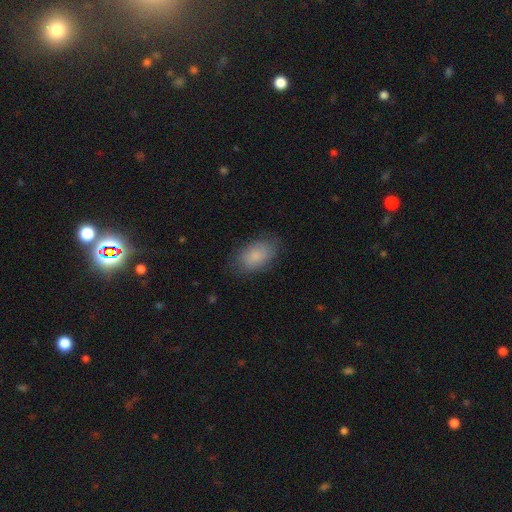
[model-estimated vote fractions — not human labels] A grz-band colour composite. It shows a smooth galaxy with no disk features (84%) that is in between round and cigar-shaped (91%). Merging: none (80%).